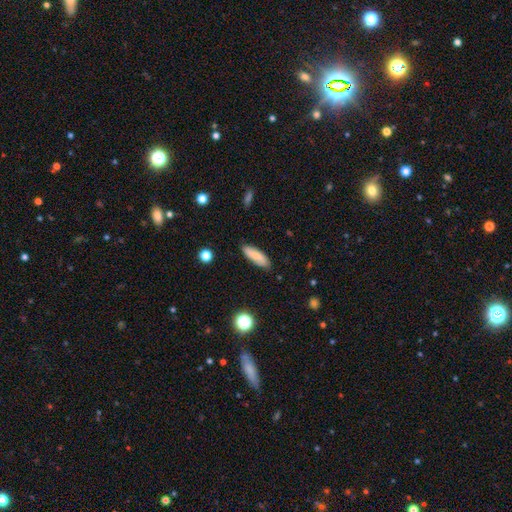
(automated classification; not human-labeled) A smooth galaxy with no disk features (76%) that is in between round and cigar-shaped (54%).

Vote fractions:
- Smooth or featured? smooth: 76% / featured or disk: 17% / star or artifact: 7%
- How rounded? in between: 54% / cigar-shaped: 44% / round: 2%
- Merging? none: 85% / minor disturbance: 12% / major disturbance: 2% / merger: 1%